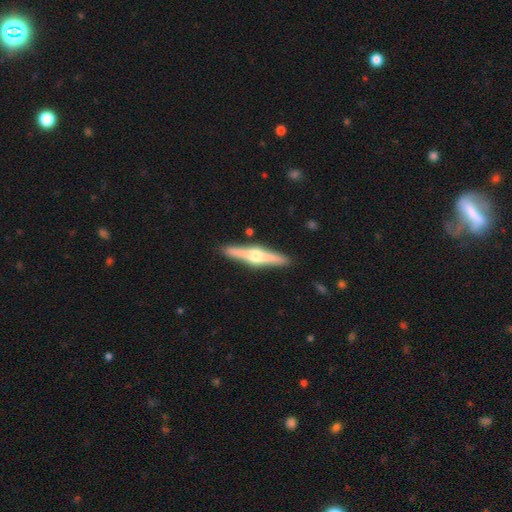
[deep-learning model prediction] The model was most divided on "smooth or featured": featured or disk: 72%, smooth: 22%, star or artifact: 5%. More confident: edge-on disk — yes (97%); edge-on bulge — rounded (94%); merging — none (90%).